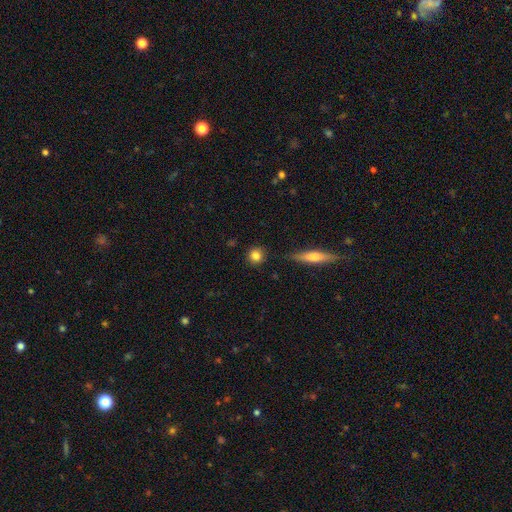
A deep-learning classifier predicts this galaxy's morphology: Smooth or featured? Predicted: smooth (p=0.84). How rounded? Predicted: round (p=0.89). Merging? Predicted: none (p=0.87).